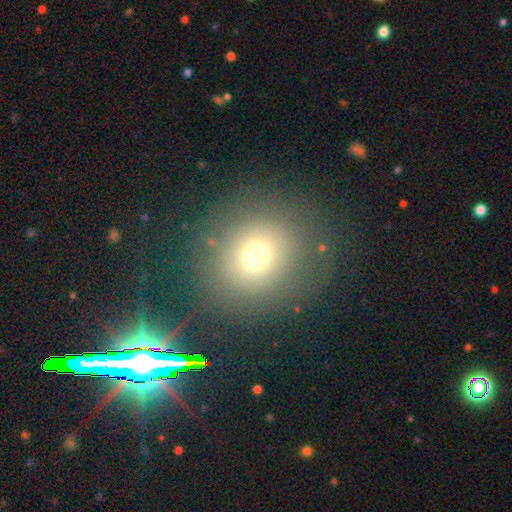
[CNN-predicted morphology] This appears to be a smooth galaxy with no disk features (70%) that is round (85%). Merging: none (80%).